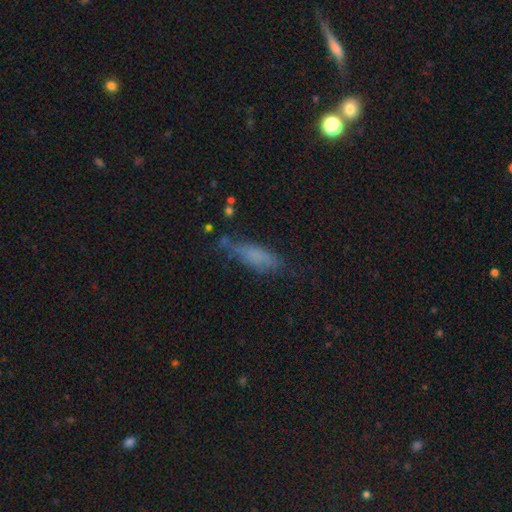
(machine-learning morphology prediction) A smooth galaxy with no disk features (64%) that is cigar-shaped (59%). Merging: none (57%).